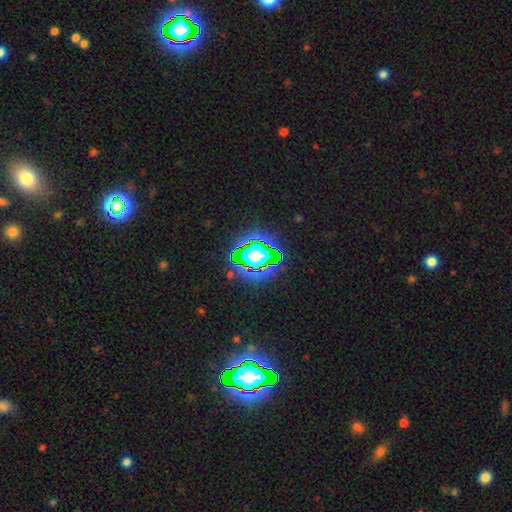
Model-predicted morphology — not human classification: This is likely a star or artifact rather than a galaxy (61%).